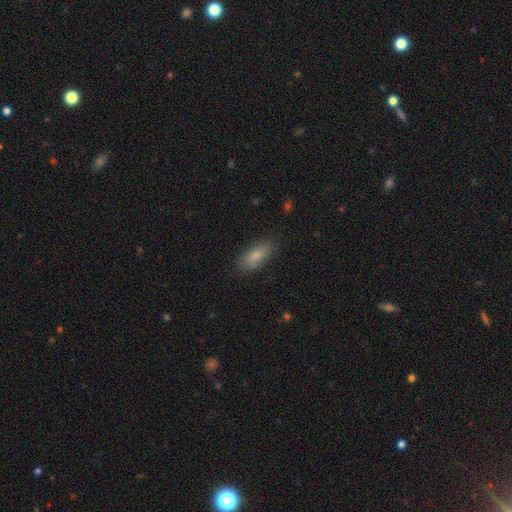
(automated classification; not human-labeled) smooth_or_featured: smooth (p=0.83) [alt: featured or disk p=0.10]
how_rounded: in between (p=0.75) [alt: cigar-shaped p=0.23]
merging: none (p=0.83) [alt: minor disturbance p=0.13]